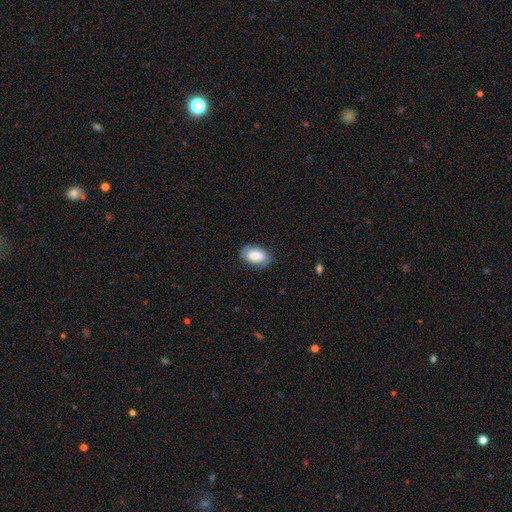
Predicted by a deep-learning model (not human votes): Smooth or featured: smooth — 80% (featured or disk — 14%)
How rounded: in between — 93% (round — 5%)
Merging: none — 78% (minor disturbance — 17%)